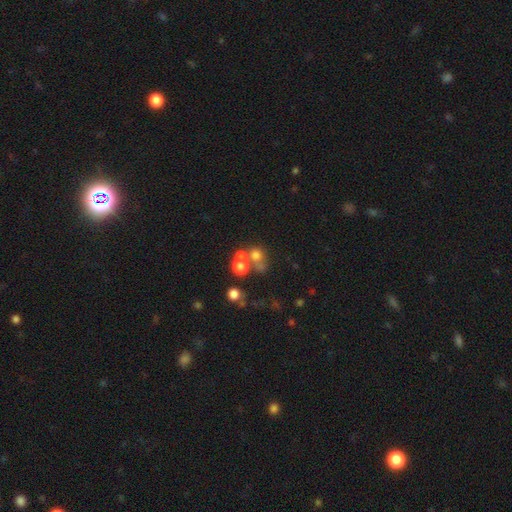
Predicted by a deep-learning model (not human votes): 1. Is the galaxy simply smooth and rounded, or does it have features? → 63% smooth, 20% star or artifact, 17% featured or disk.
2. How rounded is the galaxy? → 80% round, 18% in between, 1% cigar-shaped.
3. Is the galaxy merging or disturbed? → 43% merger, 42% none, 8% minor disturbance, 7% major disturbance.